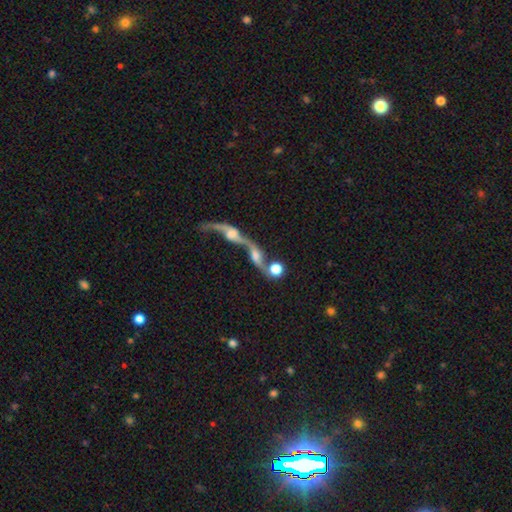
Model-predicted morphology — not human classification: type=featured or disk (59%); edge-on=no (80%); merging=merger (66%).